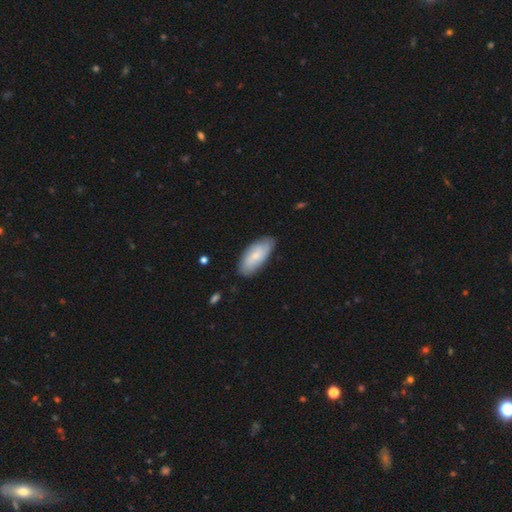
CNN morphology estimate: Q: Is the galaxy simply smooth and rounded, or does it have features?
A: smooth — 66%.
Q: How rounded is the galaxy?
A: in between — 87%.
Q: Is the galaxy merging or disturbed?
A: none — 80%.